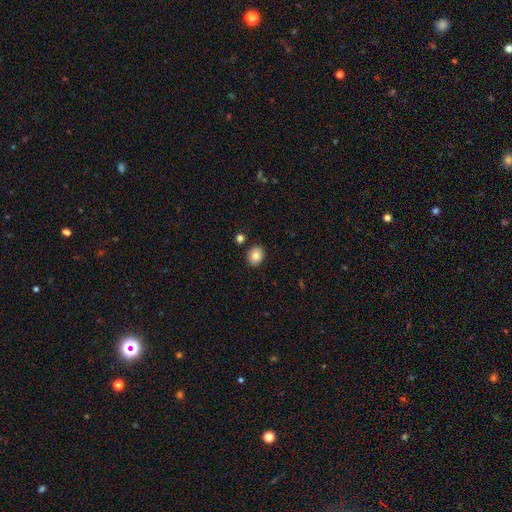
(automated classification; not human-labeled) smooth_or_featured: smooth (p=0.85) [alt: star or artifact p=0.09]
how_rounded: round (p=0.56) [alt: in between p=0.43]
merging: none (p=0.87) [alt: minor disturbance p=0.08]